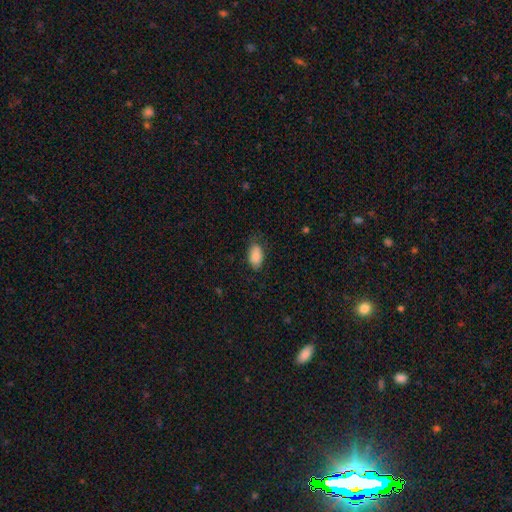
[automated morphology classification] Q: Smooth or featured?
A: smooth (87%); runner-up: star or artifact (7%)
Q: How rounded?
A: in between (93%); runner-up: round (5%)
Q: Merging?
A: none (71%); runner-up: minor disturbance (21%)